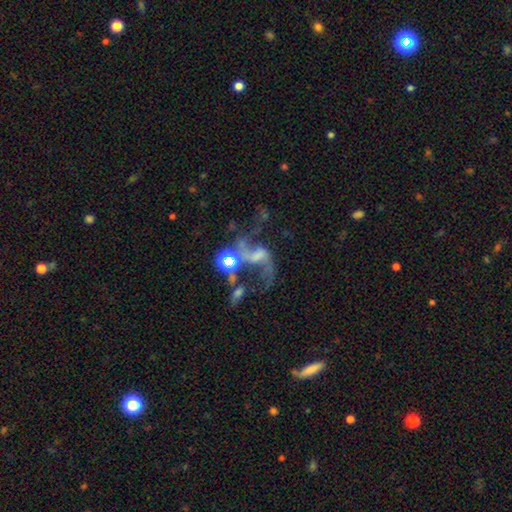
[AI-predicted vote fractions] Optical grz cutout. It shows a featured or disk galaxy (71%) with no bar (43%), 2 (84%) loose (84%) spiral arms (85%) and no central bulge (34%). Merging: none (32%).